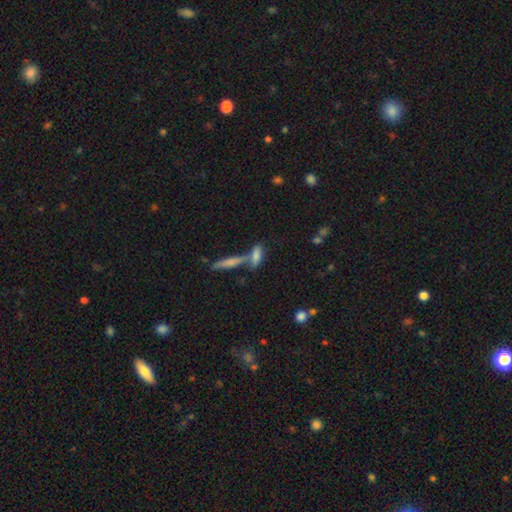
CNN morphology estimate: This appears to be a smooth galaxy with no disk features (68%) that is in between round and cigar-shaped (49%). Merging: none (45%).